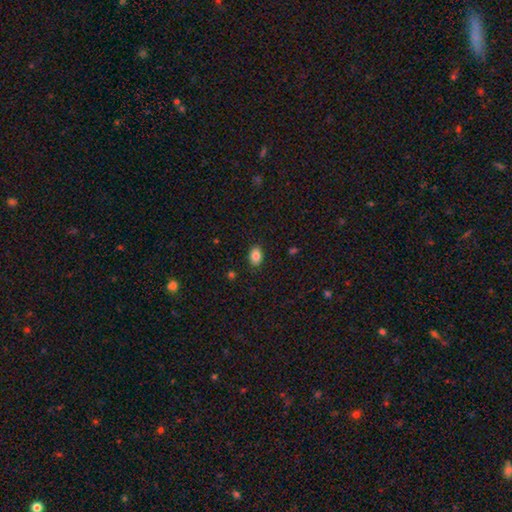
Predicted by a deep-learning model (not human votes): smooth_or_featured: smooth (p=0.86) [alt: star or artifact p=0.09]
how_rounded: in between (p=0.82) [alt: round p=0.17]
merging: none (p=0.88) [alt: minor disturbance p=0.09]